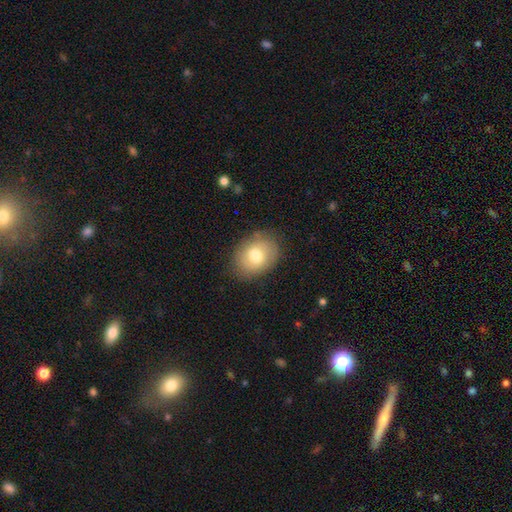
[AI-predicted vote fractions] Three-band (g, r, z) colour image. It shows a smooth galaxy with no disk features (72%) that is in between round and cigar-shaped (65%). Merging: none (79%).